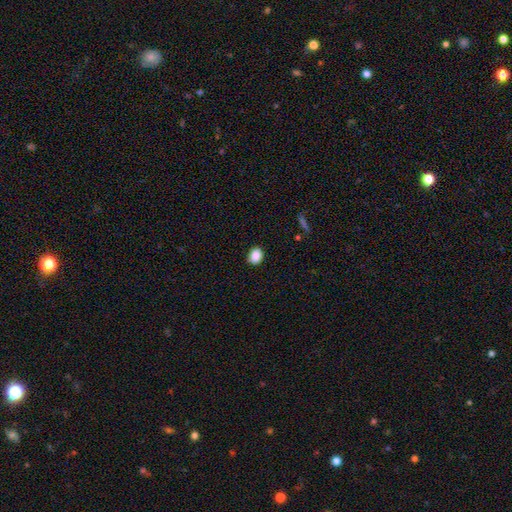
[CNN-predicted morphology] Smooth or featured?
  - smooth: 88% *
  - star or artifact: 9%
  - featured or disk: 4%
How rounded?
  - in between: 50% *
  - round: 49%
  - cigar-shaped: 1%
Merging?
  - none: 87% *
  - minor disturbance: 9%
  - major disturbance: 2%
  - merger: 1%